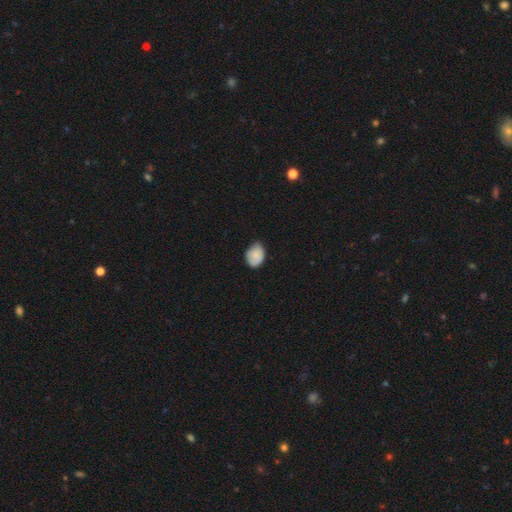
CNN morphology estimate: Smooth or featured?
  - smooth: 80% *
  - featured or disk: 12%
  - star or artifact: 8%
How rounded?
  - in between: 73% *
  - round: 26%
  - cigar-shaped: 1%
Merging?
  - none: 59% *
  - minor disturbance: 35%
  - major disturbance: 5%
  - merger: 1%